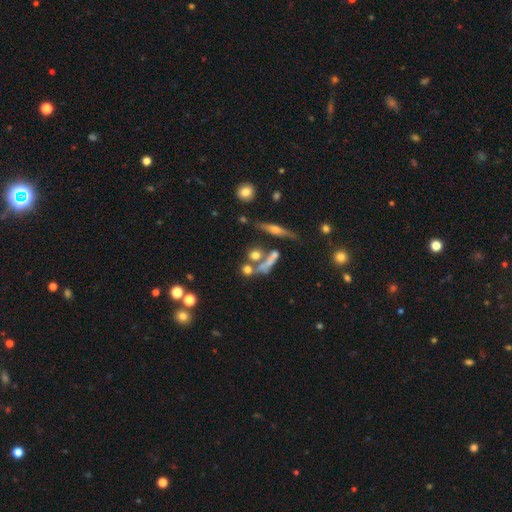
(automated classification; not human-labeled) The model was most divided on "merging": none: 47%, merger: 34%, minor disturbance: 11%, major disturbance: 8%. More confident: how rounded — round (61%); smooth or featured — smooth (58%).